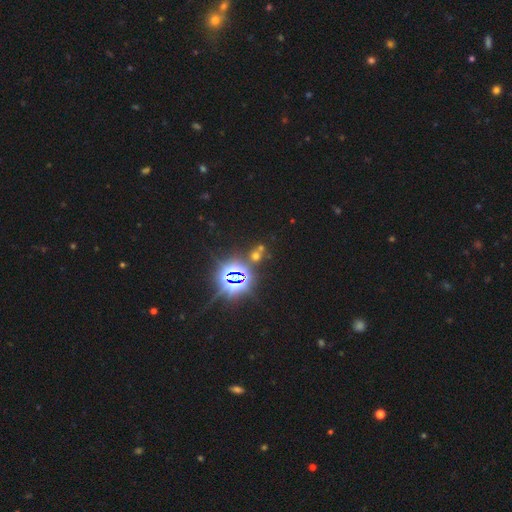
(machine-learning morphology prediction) Smooth or featured: star or artifact — 61% (smooth — 30%)